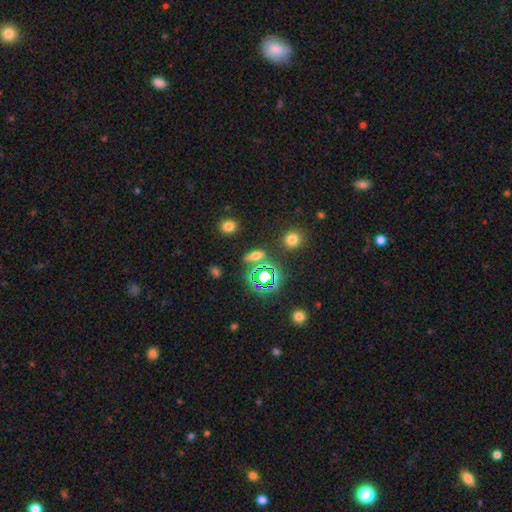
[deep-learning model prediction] star or artifact 45%, smooth 39%, featured or disk 15%.